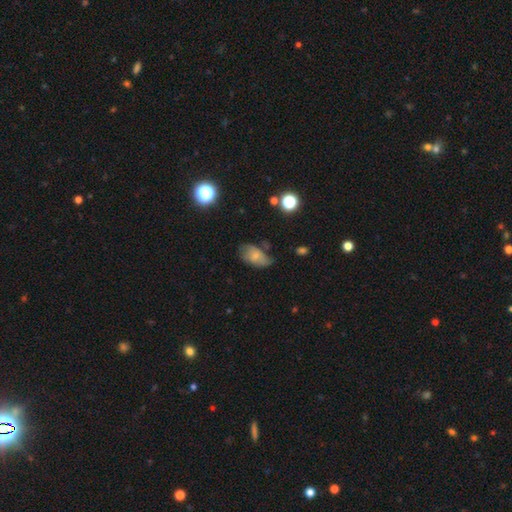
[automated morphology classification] The model was most divided on "merging": none: 45%, minor disturbance: 37%, major disturbance: 14%, merger: 4%. More confident: how rounded — in between (90%); smooth or featured — smooth (63%).